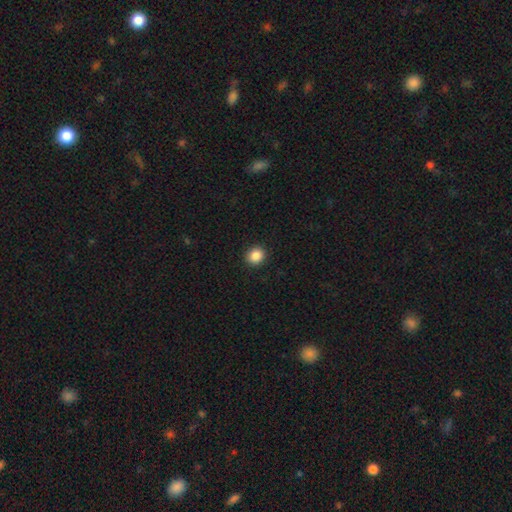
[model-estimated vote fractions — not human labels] A smooth galaxy with no disk features (88%) that is round (79%). Merging: none (92%).